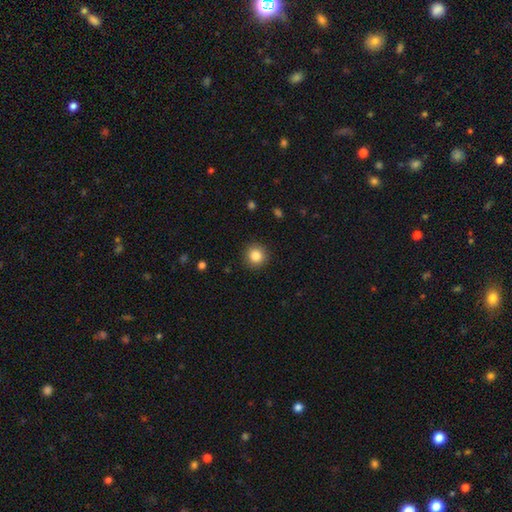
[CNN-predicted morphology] smooth_or_featured: smooth (p=0.84) [alt: star or artifact p=0.10]
how_rounded: round (p=0.94) [alt: in between p=0.05]
merging: none (p=0.91) [alt: minor disturbance p=0.06]